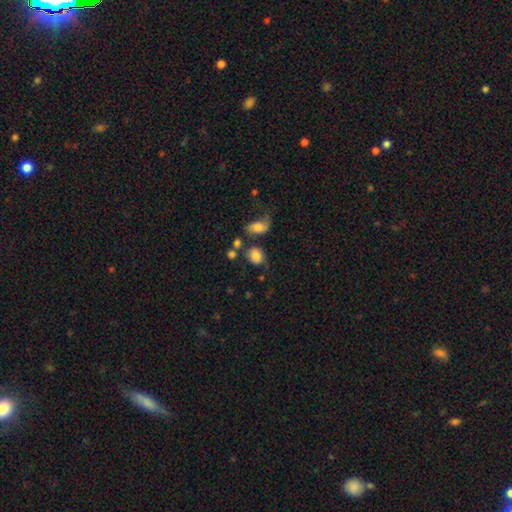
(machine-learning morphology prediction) This is likely a smooth galaxy (78%). How rounded: possibly round (53%). Merging: possibly none (50%).